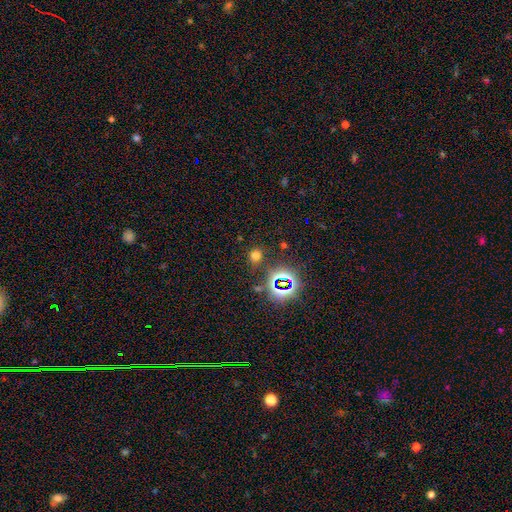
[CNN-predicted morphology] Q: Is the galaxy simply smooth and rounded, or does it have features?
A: smooth — 61%.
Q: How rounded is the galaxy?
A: round — 80%.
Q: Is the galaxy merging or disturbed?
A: none — 81%.